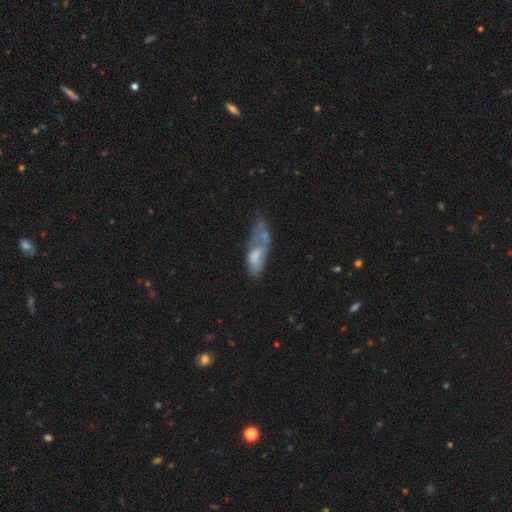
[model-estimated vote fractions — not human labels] The model was most divided on "merging": major disturbance: 30%, merger: 28%, none: 22%, minor disturbance: 20%. More confident: how rounded — in between (67%); smooth or featured — smooth (54%).